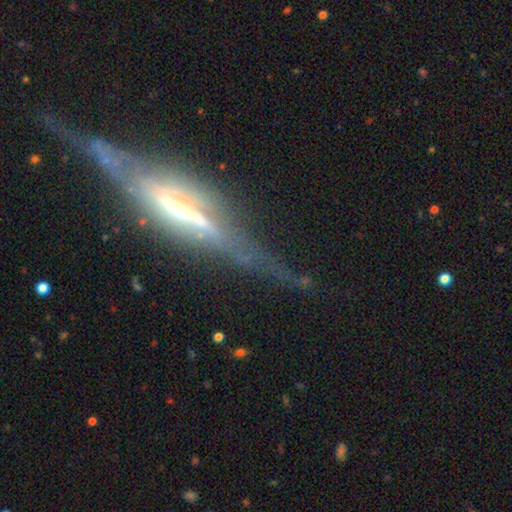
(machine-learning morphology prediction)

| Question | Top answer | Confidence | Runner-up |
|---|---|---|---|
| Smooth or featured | featured or disk | 78% | smooth (13%) |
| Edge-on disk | yes | 84% | no (16%) |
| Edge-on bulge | rounded | 41% | boxy (36%) |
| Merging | none | 57% | minor disturbance (22%) |